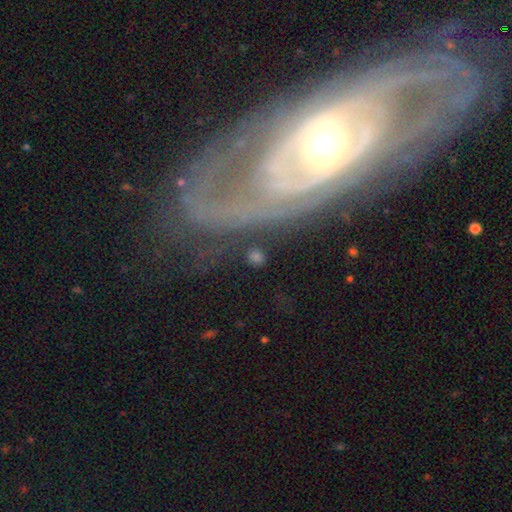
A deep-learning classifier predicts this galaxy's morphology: Smooth or featured? featured or disk (50%)
Edge-on disk? no (85%)
Merging? none (73%)